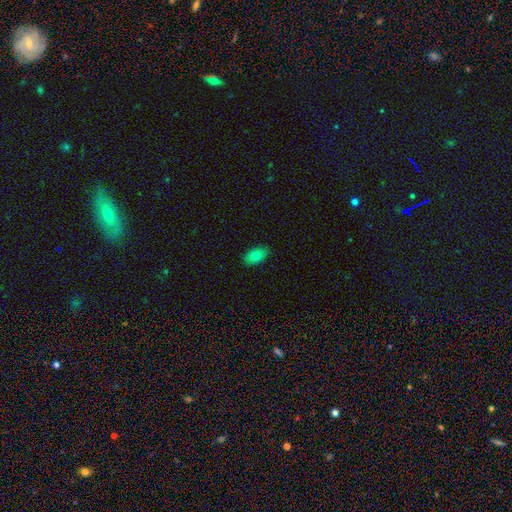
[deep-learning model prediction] smooth-or-featured: smooth: 83% | featured or disk: 10% | star or artifact: 8%
  how-rounded: in between: 92% | round: 6% | cigar-shaped: 2%
  merging: none: 87% | minor disturbance: 10% | major disturbance: 2% | merger: 1%